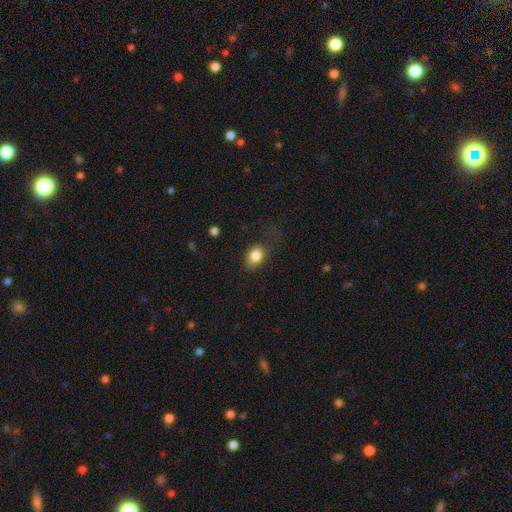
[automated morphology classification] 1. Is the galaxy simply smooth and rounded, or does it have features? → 82% smooth, 10% star or artifact, 8% featured or disk.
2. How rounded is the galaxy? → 70% in between, 29% round, 1% cigar-shaped.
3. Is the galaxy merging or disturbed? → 65% none, 22% minor disturbance, 11% major disturbance, 1% merger.